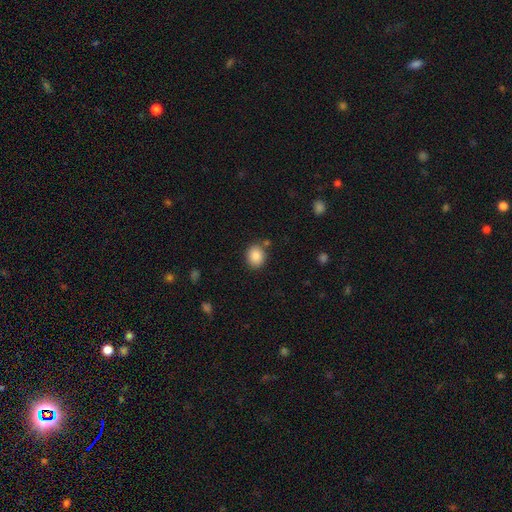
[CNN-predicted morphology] This is clearly a smooth galaxy (87%). How rounded: likely round (64%). Merging: clearly none (81%).